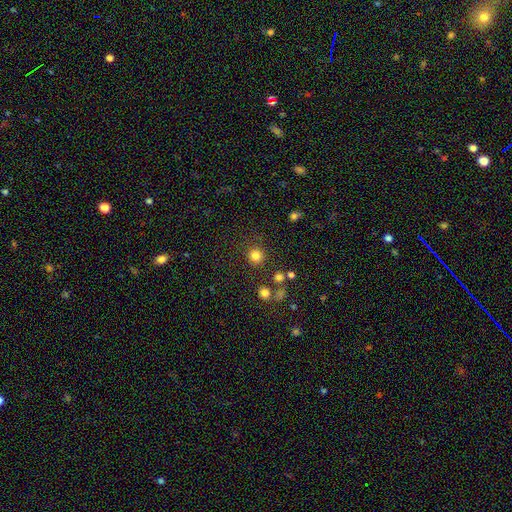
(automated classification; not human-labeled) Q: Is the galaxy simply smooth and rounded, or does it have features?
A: smooth — 81%.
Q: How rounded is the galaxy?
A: round — 93%.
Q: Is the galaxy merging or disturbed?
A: none — 86%.